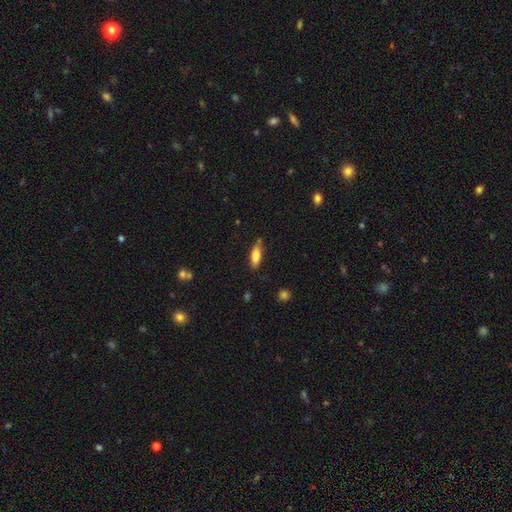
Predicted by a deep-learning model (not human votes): smooth_or_featured: smooth (p=0.79) [alt: featured or disk p=0.14]
how_rounded: in between (p=0.58) [alt: cigar-shaped p=0.40]
merging: none (p=0.75) [alt: minor disturbance p=0.18]